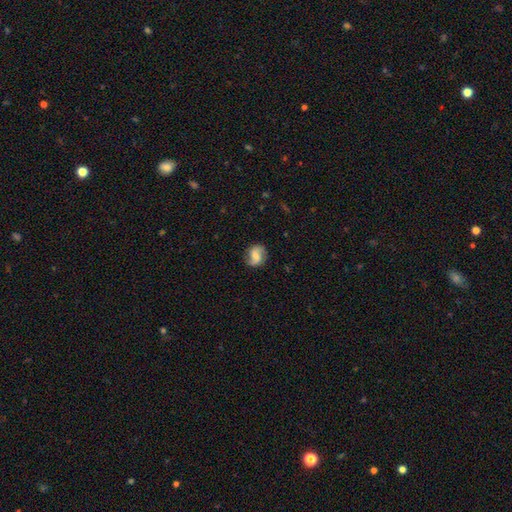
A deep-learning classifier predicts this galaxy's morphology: featured or disk 55%, smooth 36%, star or artifact 8%. Down the decision tree: edge-on disk — no (97%); bar — no (43%); spiral arms — yes (91%); bulge size — moderate (40%); merging — none (80%).